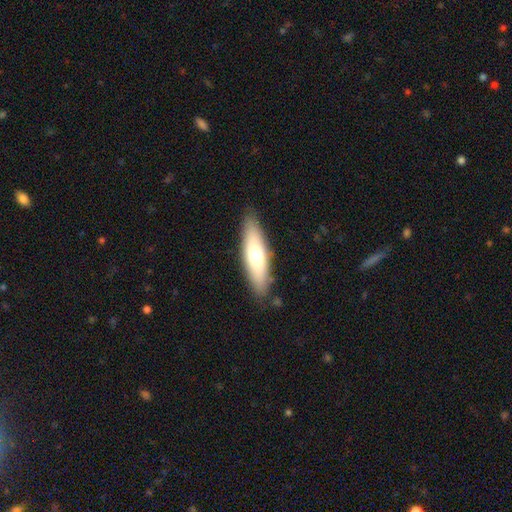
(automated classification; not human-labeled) A smooth galaxy with no disk features (62%) that is cigar-shaped (58%). Merging: none (85%).